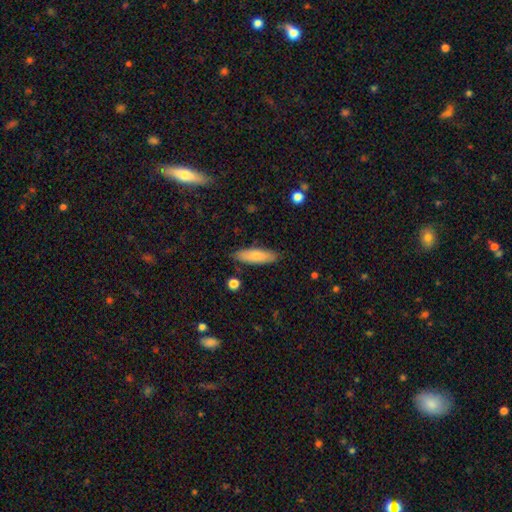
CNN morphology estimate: The model was most divided on "how rounded": in between: 52%, cigar-shaped: 47%, round: 2%. More confident: merging — none (84%); smooth or featured — smooth (78%).